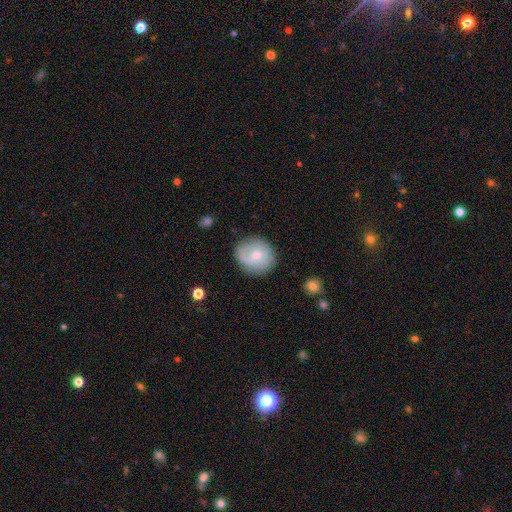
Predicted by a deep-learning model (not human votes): Q: Smooth or featured?
A: smooth (61%); runner-up: featured or disk (32%)
Q: How rounded?
A: round (79%); runner-up: in between (20%)
Q: Merging?
A: none (79%); runner-up: minor disturbance (15%)